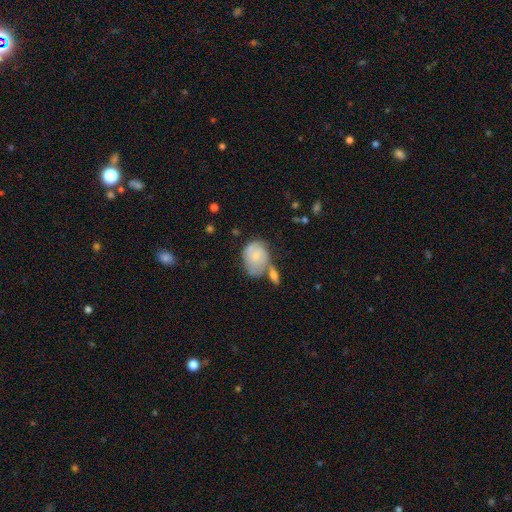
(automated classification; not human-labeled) Morphology: type=smooth (53%); roundness=in between (65%); merging=none (38%).